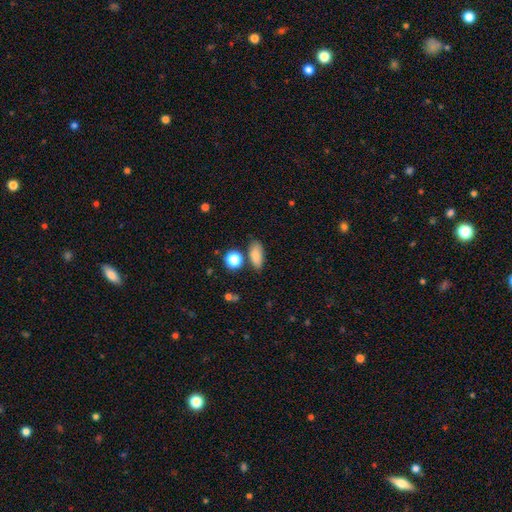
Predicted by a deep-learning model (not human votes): This appears to be a smooth galaxy with no disk features (83%) that is in between round and cigar-shaped (81%). Merging: none (74%).